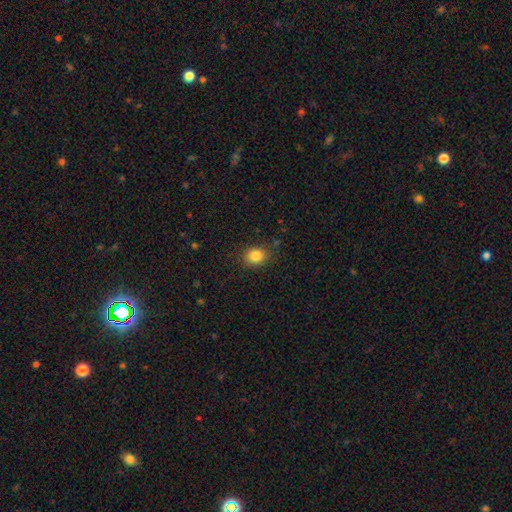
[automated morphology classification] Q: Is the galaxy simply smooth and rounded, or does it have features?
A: smooth — 84%.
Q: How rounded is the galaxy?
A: round — 66%.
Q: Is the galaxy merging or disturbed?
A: none — 85%.